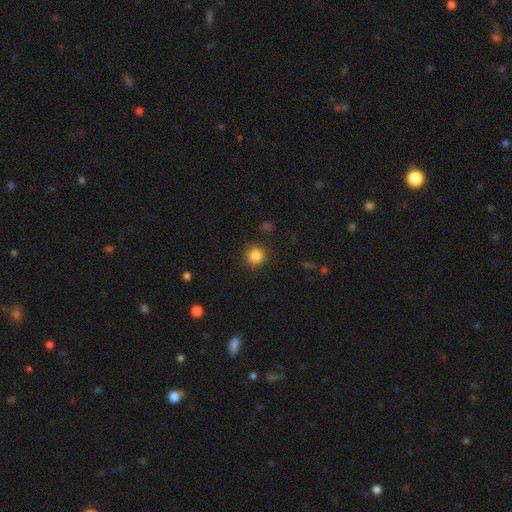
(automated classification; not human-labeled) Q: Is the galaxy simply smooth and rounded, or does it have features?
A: smooth — 84%.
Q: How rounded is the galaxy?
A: round — 92%.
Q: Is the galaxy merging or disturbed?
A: none — 86%.